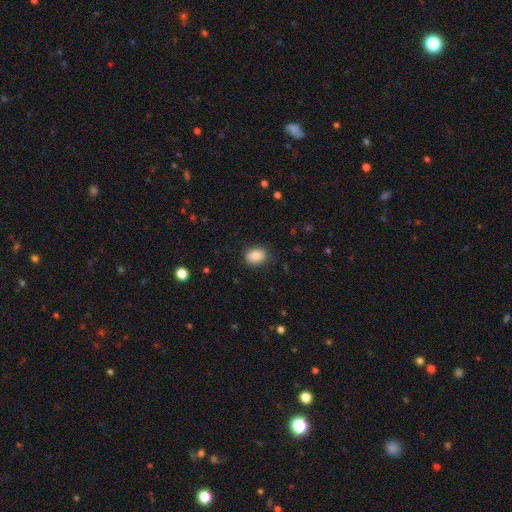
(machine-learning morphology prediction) A smooth galaxy with no disk features (87%) that is in between round and cigar-shaped (69%). Merging: none (84%).